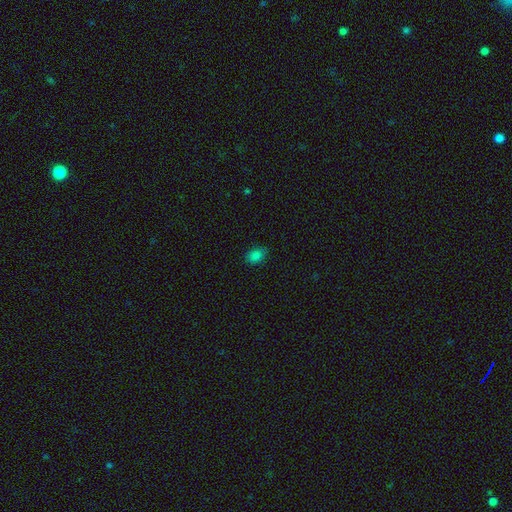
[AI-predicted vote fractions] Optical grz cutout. It shows a smooth galaxy with no disk features (82%) that is in between round and cigar-shaped (76%). Merging: none (84%).